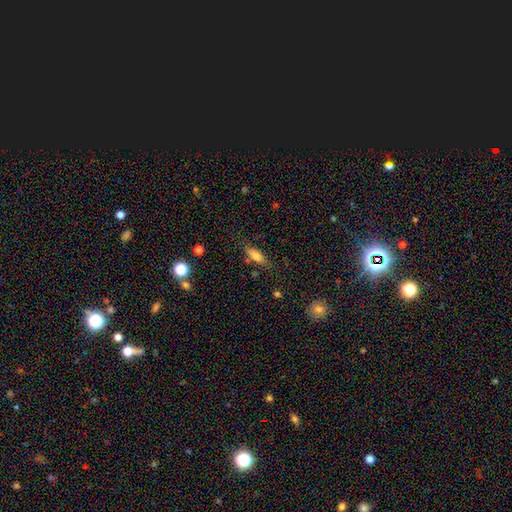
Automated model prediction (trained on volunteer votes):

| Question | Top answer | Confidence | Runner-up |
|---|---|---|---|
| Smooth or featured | smooth | 77% | featured or disk (14%) |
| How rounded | in between | 62% | cigar-shaped (36%) |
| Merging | none | 74% | minor disturbance (17%) |